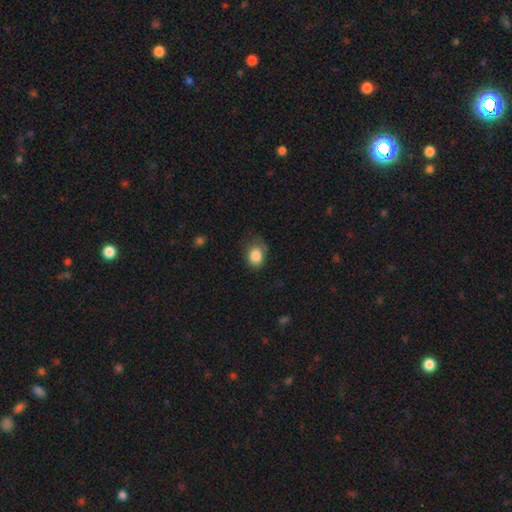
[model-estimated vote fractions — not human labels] Overall: smooth (84%). How rounded: in between (57%; round 42%). Merging: none (54%; minor disturbance 30%).